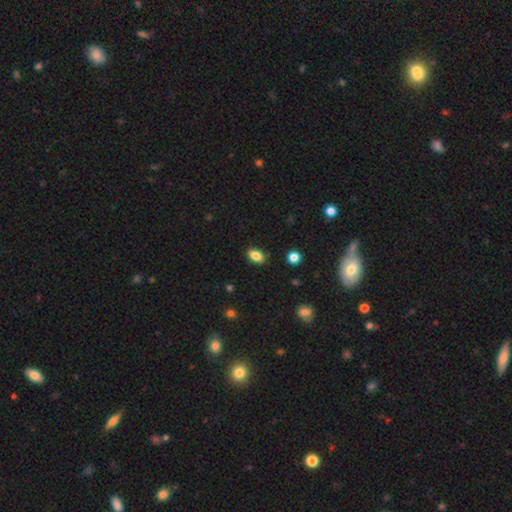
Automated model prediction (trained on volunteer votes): Overall: smooth (86%). How rounded: in between (89%). Merging: none (86%).